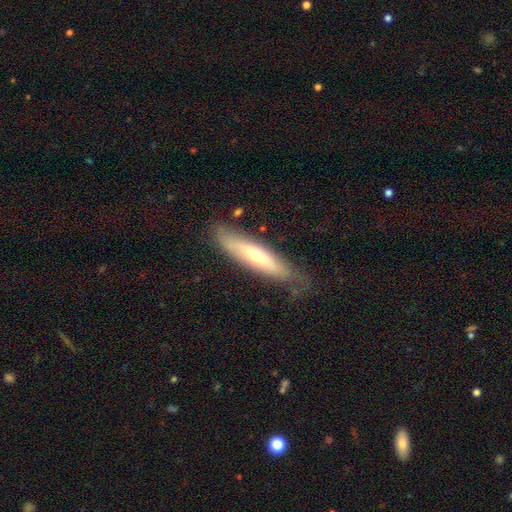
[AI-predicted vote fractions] This appears to be a featured or disk galaxy (47%). Merging: none (71%).